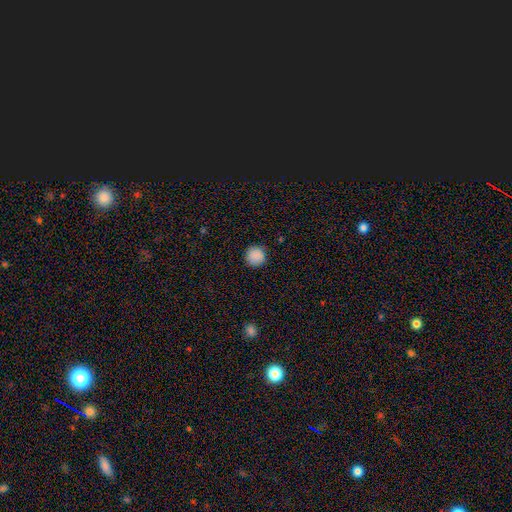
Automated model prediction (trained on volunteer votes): Morphology: type=smooth (88%); roundness=round (95%); merging=none (90%).